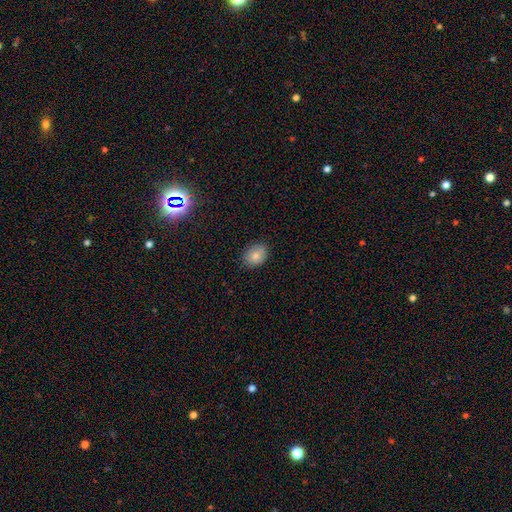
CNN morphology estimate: smooth_or_featured: smooth (p=0.82) [alt: featured or disk p=0.09]
how_rounded: in between (p=0.61) [alt: round p=0.38]
merging: none (p=0.84) [alt: minor disturbance p=0.12]